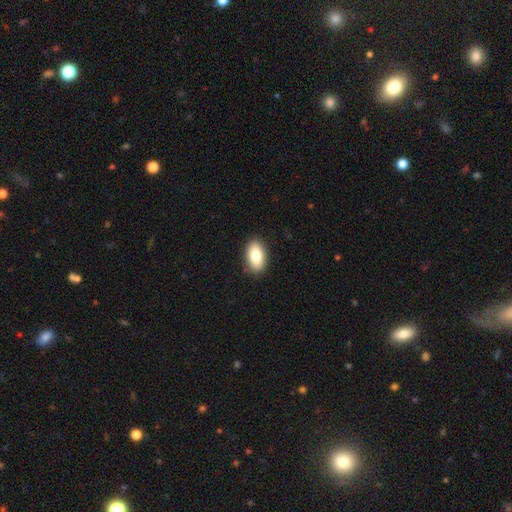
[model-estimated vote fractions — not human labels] Smooth or featured? smooth (80%)
How rounded? in between (92%)
Merging? none (89%)